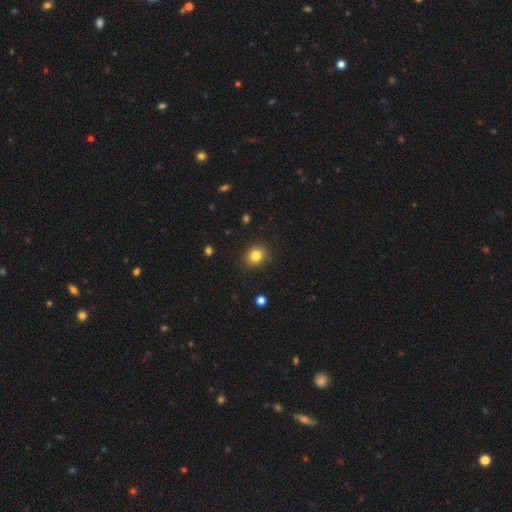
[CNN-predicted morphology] The model was most divided on "how rounded": round: 76%, in between: 23%, cigar-shaped: 1%. More confident: merging — none (90%); smooth or featured — smooth (83%).